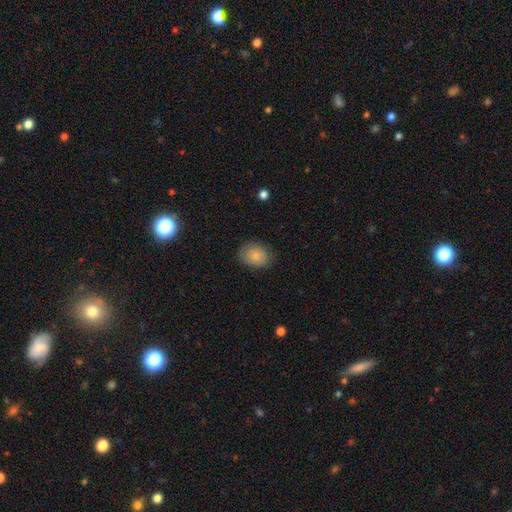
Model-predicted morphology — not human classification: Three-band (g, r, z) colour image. It shows a smooth galaxy with no disk features (81%) that is in between round and cigar-shaped (64%). Merging: none (80%).